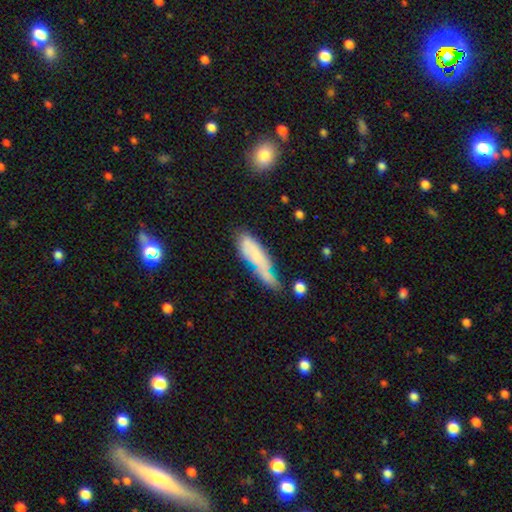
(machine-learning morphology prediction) Q: Smooth or featured?
A: smooth (61%); runner-up: featured or disk (30%)
Q: How rounded?
A: cigar-shaped (65%); runner-up: in between (33%)
Q: Merging?
A: none (34%); runner-up: minor disturbance (31%)